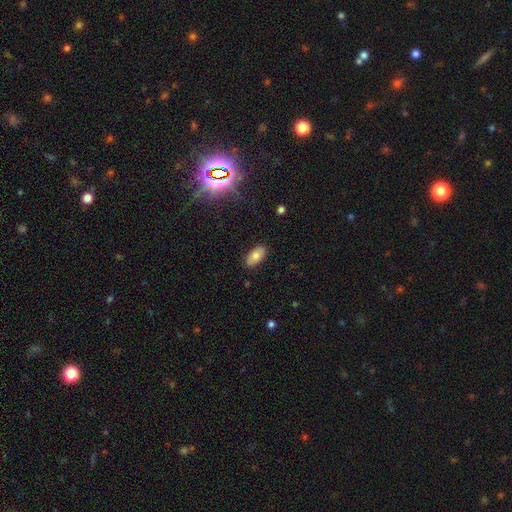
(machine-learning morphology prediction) Overall: smooth (77%). How rounded: in between (92%). Merging: none (87%).